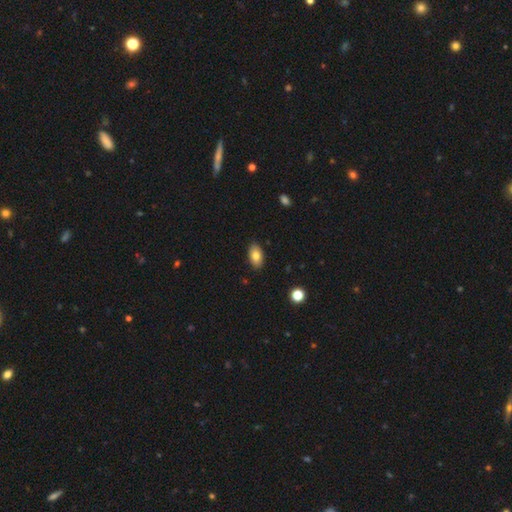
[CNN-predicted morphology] Smooth or featured? Predicted: smooth (p=0.80). How rounded? Predicted: in between (p=0.93). Merging? Predicted: none (p=0.88).